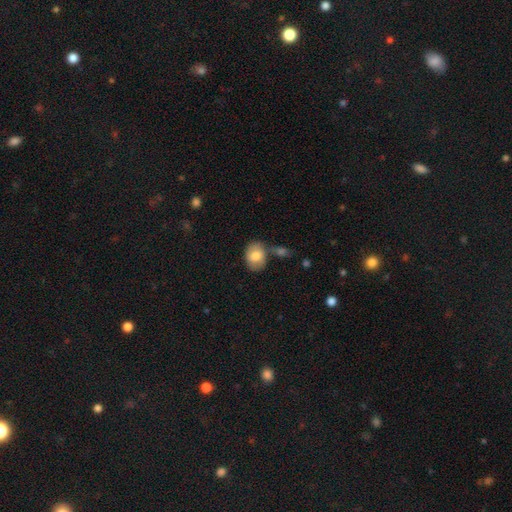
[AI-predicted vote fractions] Overall: smooth (74%). How rounded: in between (66%; round 33%). Merging: none (57%; minor disturbance 20%).